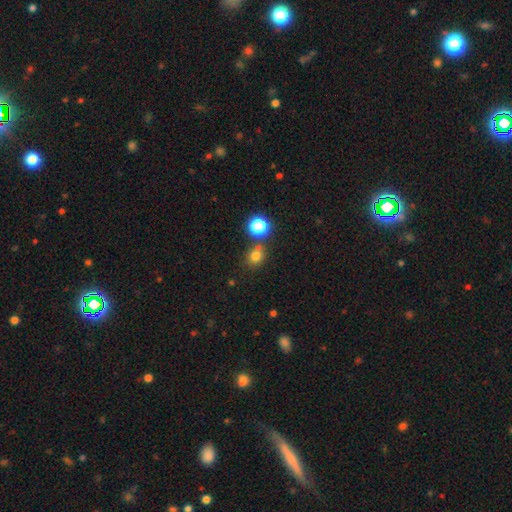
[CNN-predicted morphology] This appears to be a smooth galaxy with no disk features (76%) that is round (77%). Merging: none (65%).